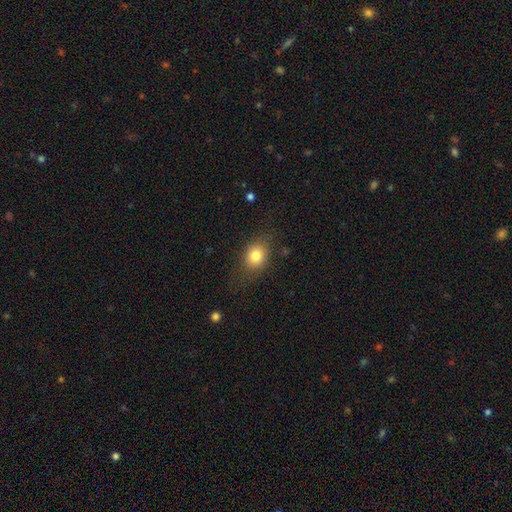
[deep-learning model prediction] Smooth or featured?
  - smooth: 81% *
  - star or artifact: 10%
  - featured or disk: 10%
How rounded?
  - in between: 51% *
  - round: 47%
  - cigar-shaped: 1%
Merging?
  - none: 74% *
  - minor disturbance: 18%
  - major disturbance: 7%
  - merger: 1%